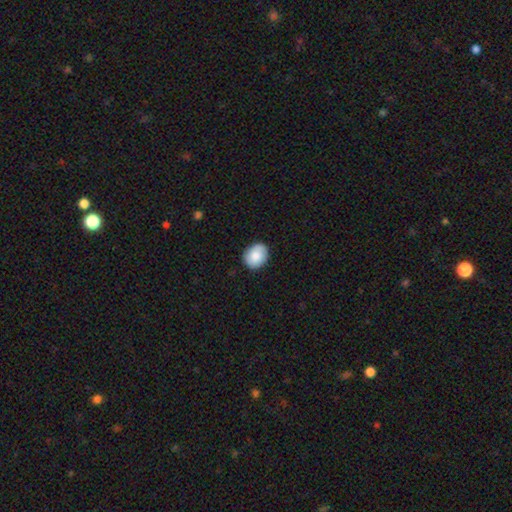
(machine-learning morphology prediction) This appears to be a smooth galaxy with no disk features (84%) that is round (57%). Merging: none (86%).